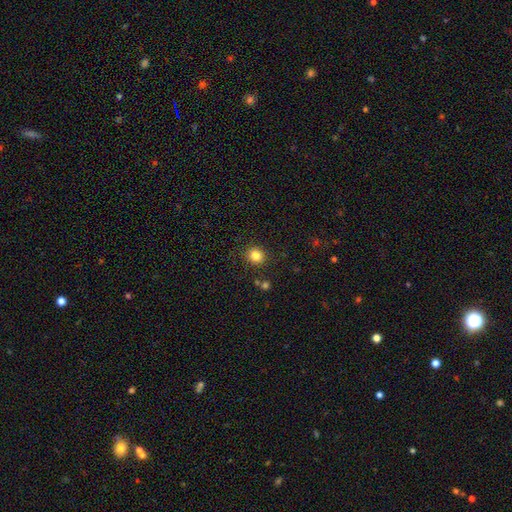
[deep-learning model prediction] smooth 83%, star or artifact 12%, featured or disk 5%. Down the decision tree: how rounded — round (86%); merging — none (88%).